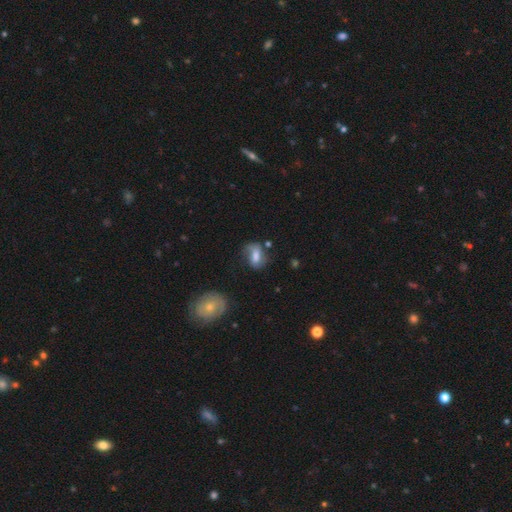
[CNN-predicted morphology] A smooth galaxy with no disk features (52%) that is in between round and cigar-shaped (77%). Merging: none (49%).